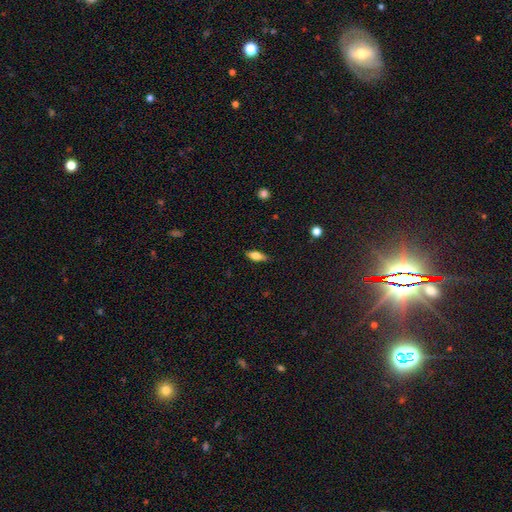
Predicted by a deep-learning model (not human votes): Q: Smooth or featured?
A: smooth (71%); runner-up: featured or disk (21%)
Q: How rounded?
A: in between (72%); runner-up: cigar-shaped (24%)
Q: Merging?
A: none (81%); runner-up: minor disturbance (15%)